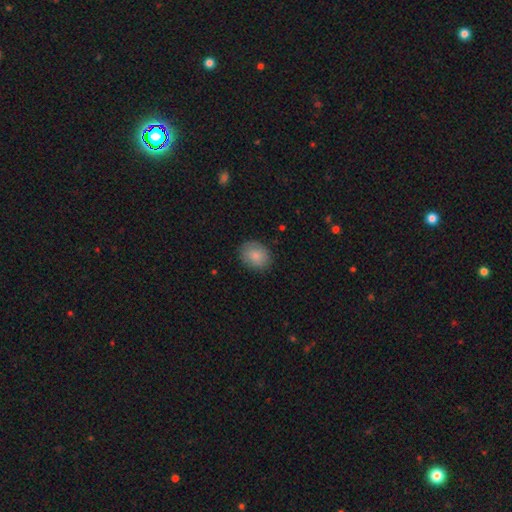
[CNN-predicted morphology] A smooth galaxy with no disk features (84%) that is round (52%).

Vote fractions:
- Smooth or featured? smooth: 84% / featured or disk: 9% / star or artifact: 7%
- How rounded? round: 52% / in between: 47% / cigar-shaped: 1%
- Merging? none: 84% / minor disturbance: 12% / major disturbance: 3% / merger: 1%